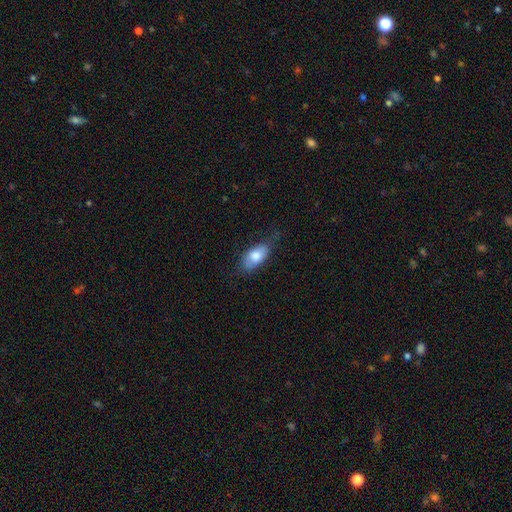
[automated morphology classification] This is likely a smooth galaxy (78%). How rounded: clearly in between (89%). Merging: likely none (65%).